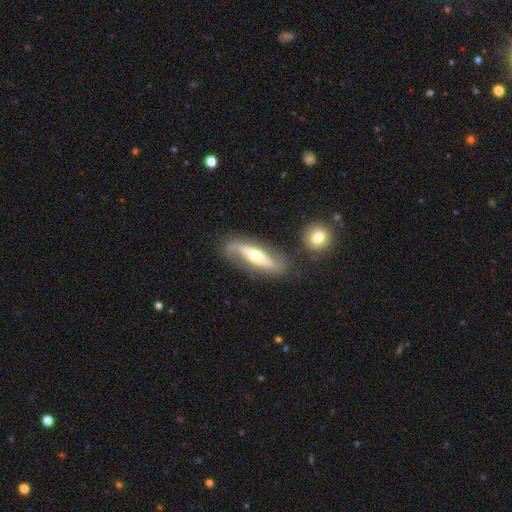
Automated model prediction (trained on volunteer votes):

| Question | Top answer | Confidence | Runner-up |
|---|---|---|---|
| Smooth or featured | featured or disk | 63% | smooth (32%) |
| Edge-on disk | no | 65% | yes (35%) |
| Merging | none | 64% | minor disturbance (19%) |